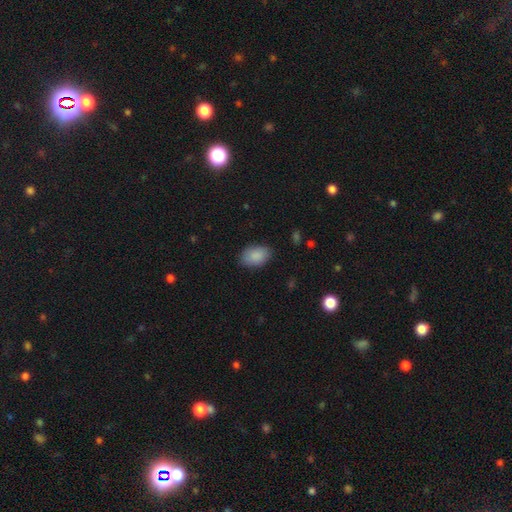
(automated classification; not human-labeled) This is clearly a smooth galaxy (89%). How rounded: clearly in between (89%). Merging: clearly none (84%).